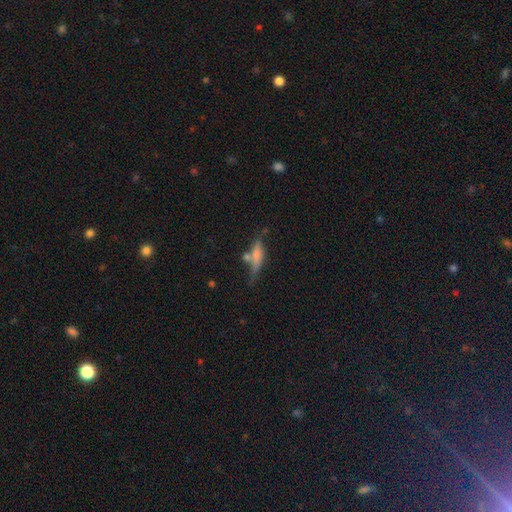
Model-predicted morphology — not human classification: Overall: smooth (60%; featured or disk 30%). How rounded: cigar-shaped (62%; in between 34%). Merging: none (44%; merger 23%).